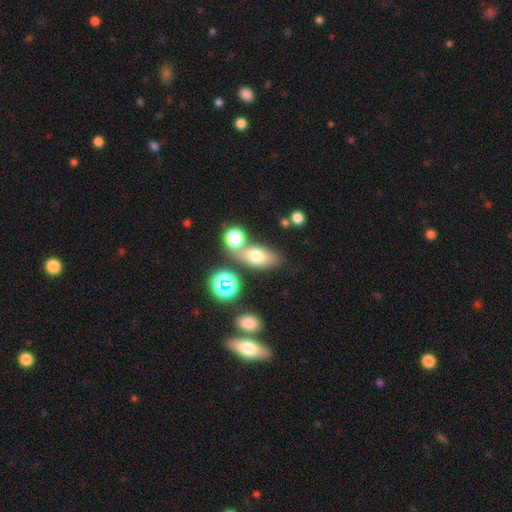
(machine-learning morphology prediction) A smooth galaxy with no disk features (66%) that is in between round and cigar-shaped (78%). Merging: none (58%).